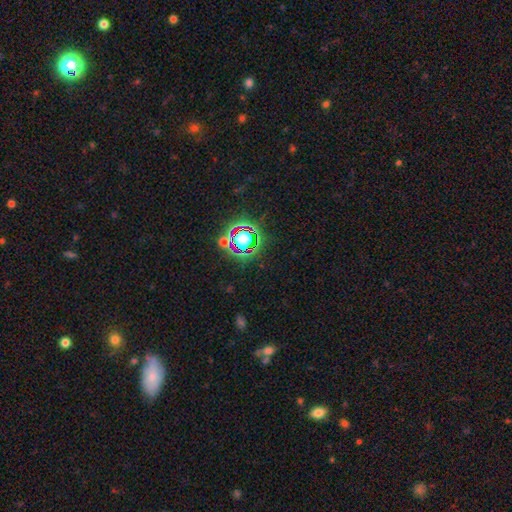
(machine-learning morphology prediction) star or artifact 77%, smooth 14%, featured or disk 9%.